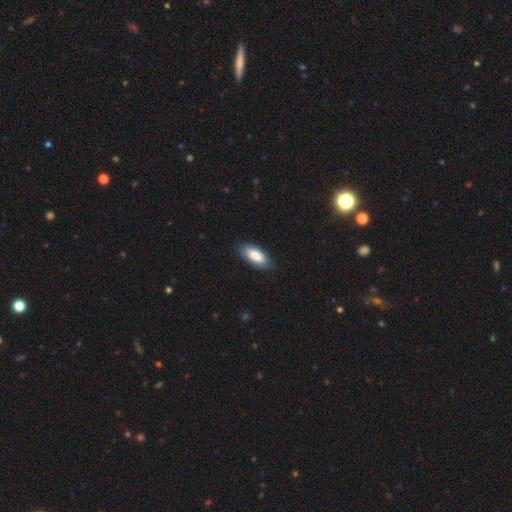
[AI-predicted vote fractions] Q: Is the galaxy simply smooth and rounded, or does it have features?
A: smooth — 84%.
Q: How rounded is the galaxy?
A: in between — 84%.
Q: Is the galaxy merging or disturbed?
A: none — 82%.